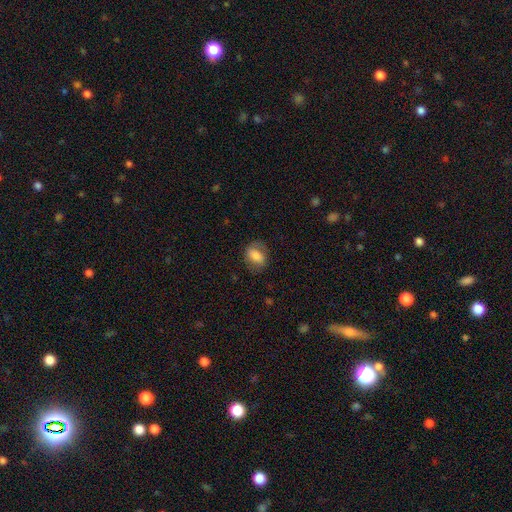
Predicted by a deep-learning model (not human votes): smooth-or-featured: smooth: 69% | featured or disk: 23% | star or artifact: 7%
  how-rounded: in between: 71% | round: 27% | cigar-shaped: 2%
  merging: none: 73% | minor disturbance: 18% | major disturbance: 8% | merger: 1%